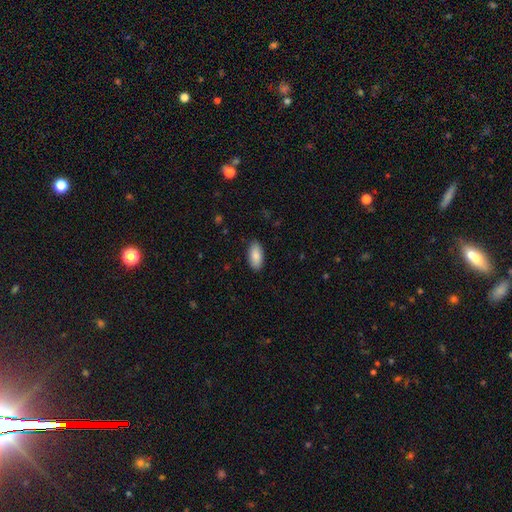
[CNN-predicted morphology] The model was most divided on "merging": none: 88%, minor disturbance: 9%, major disturbance: 2%, merger: 1%. More confident: how rounded — in between (91%); smooth or featured — smooth (88%).